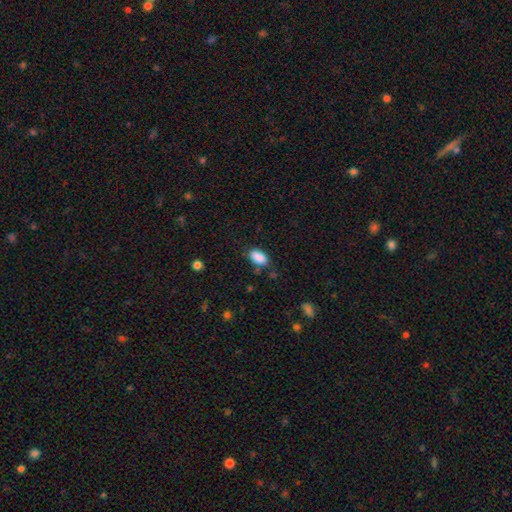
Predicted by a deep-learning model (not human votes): This appears to be a smooth galaxy with no disk features (89%) that is in between round and cigar-shaped (93%). Merging: none (77%).